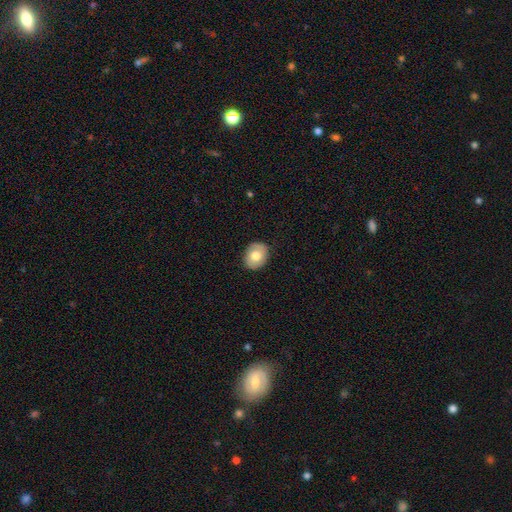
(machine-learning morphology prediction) A smooth galaxy with no disk features (72%) that is round (58%). Merging: none (86%).